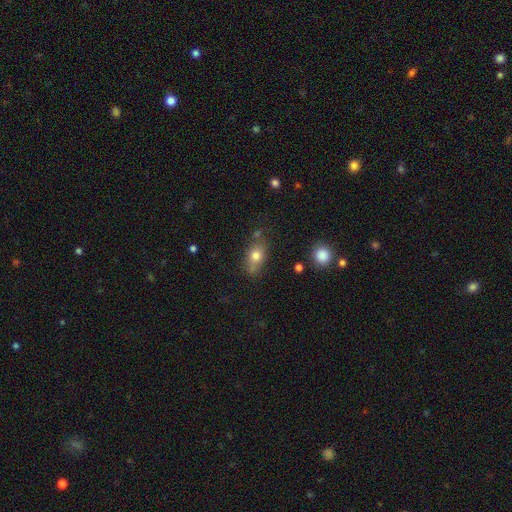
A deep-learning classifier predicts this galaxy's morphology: Overall: smooth (76%). How rounded: in between (69%). Merging: none (64%).